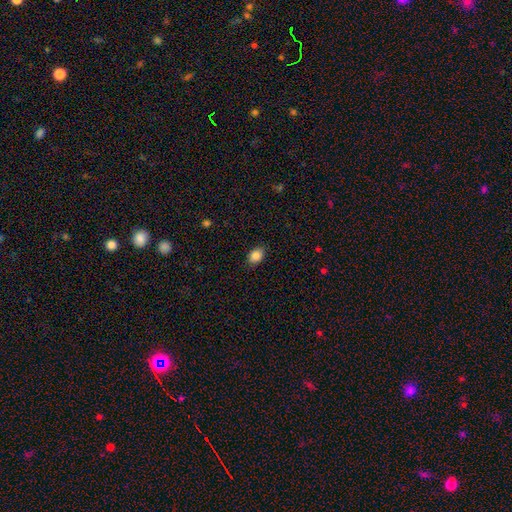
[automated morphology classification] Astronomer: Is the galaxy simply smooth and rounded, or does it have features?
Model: smooth — 86%.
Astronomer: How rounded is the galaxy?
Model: in between — 76%.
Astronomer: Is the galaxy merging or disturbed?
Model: none — 86%.